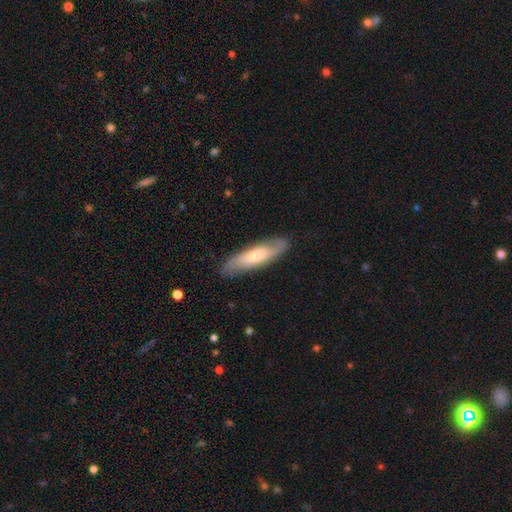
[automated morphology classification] This appears to be a smooth galaxy with no disk features (49%). Merging: none (83%).